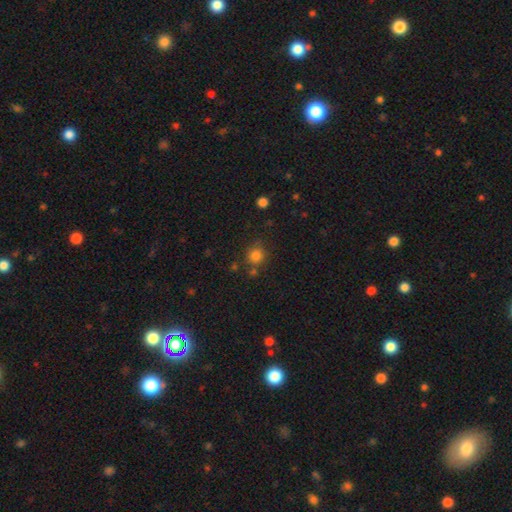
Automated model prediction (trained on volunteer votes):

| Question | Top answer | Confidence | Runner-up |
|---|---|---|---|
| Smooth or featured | smooth | 82% | star or artifact (12%) |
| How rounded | round | 89% | in between (10%) |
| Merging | none | 72% | minor disturbance (13%) |